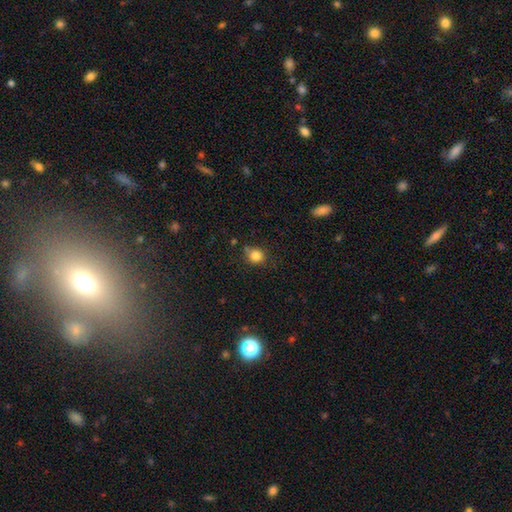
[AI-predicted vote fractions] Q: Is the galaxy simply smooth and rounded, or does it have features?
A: smooth — 83%.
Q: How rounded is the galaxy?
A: round — 83%.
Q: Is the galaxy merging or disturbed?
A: none — 70%.